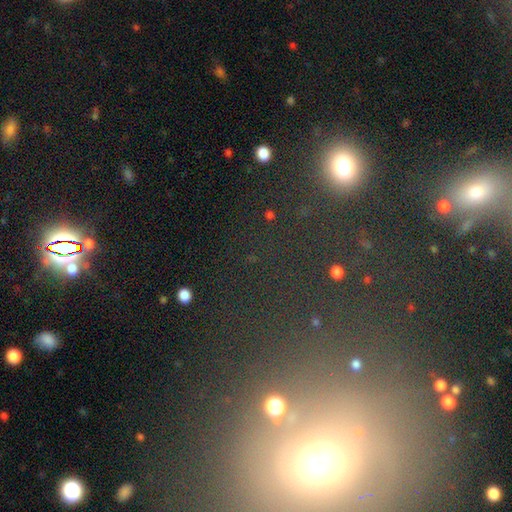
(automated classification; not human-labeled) smooth-or-featured: star or artifact: 51% | smooth: 39% | featured or disk: 10%